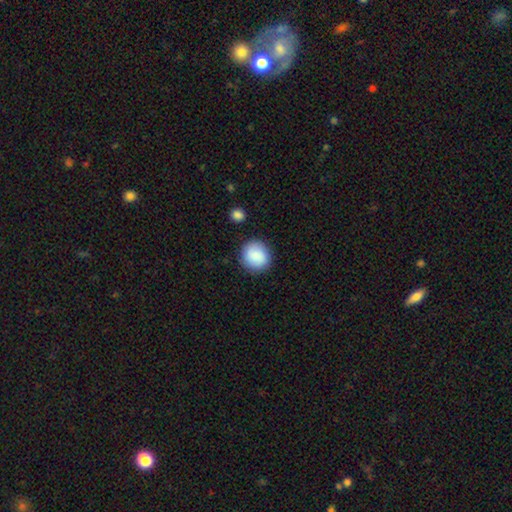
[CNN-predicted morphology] This is clearly a smooth galaxy (88%). How rounded: clearly round (90%). Merging: clearly none (88%).